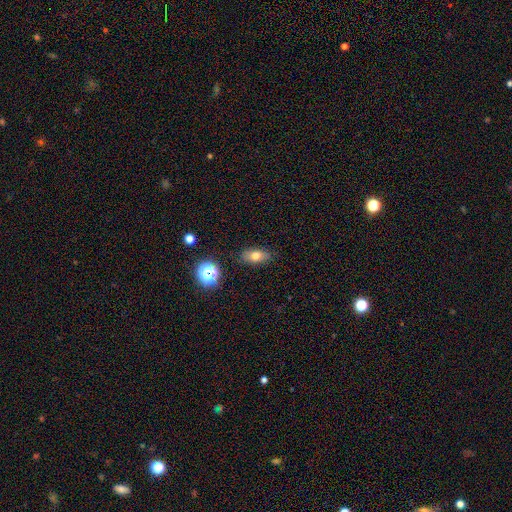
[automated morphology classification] smooth 73%, featured or disk 15%, star or artifact 12%. Down the decision tree: how rounded — in between (83%); merging — none (86%).